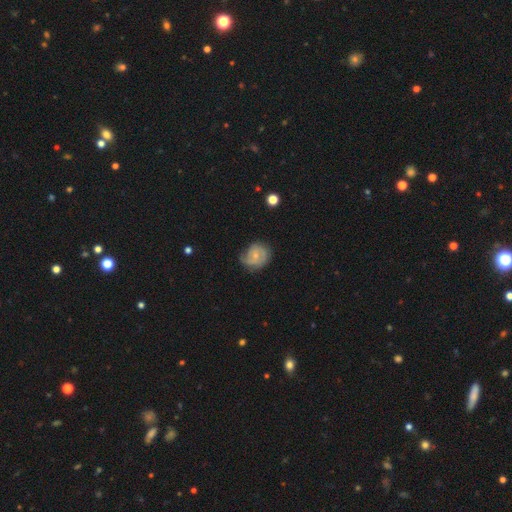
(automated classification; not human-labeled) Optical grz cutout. It shows a featured or disk galaxy (61%) with no bar (67%), 2 (43%) tight (54%) spiral arms (85%) and a small central bulge (62%). Merging: none (59%).